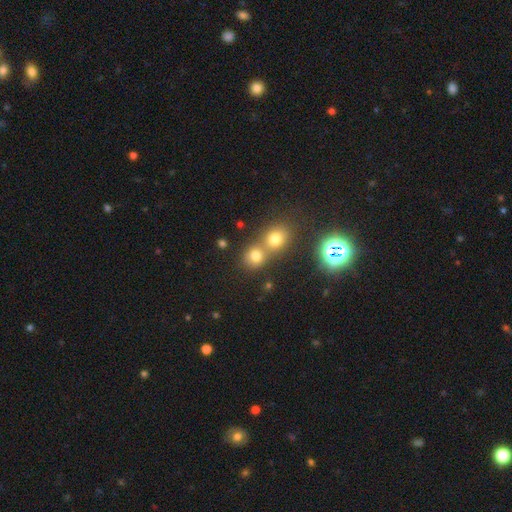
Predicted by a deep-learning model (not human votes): Smooth or featured?
  - smooth: 72% *
  - star or artifact: 19%
  - featured or disk: 9%
How rounded?
  - round: 78% *
  - in between: 21%
  - cigar-shaped: 1%
Merging?
  - none: 46% *
  - merger: 45%
  - minor disturbance: 6%
  - major disturbance: 3%